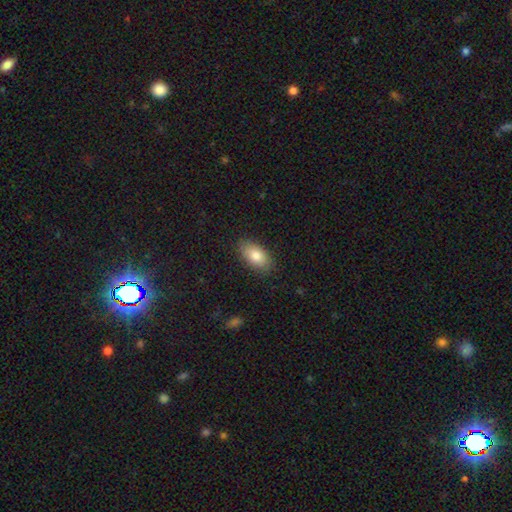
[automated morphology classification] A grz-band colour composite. It shows a smooth galaxy with no disk features (81%) that is in between round and cigar-shaped (92%). Merging: none (85%).